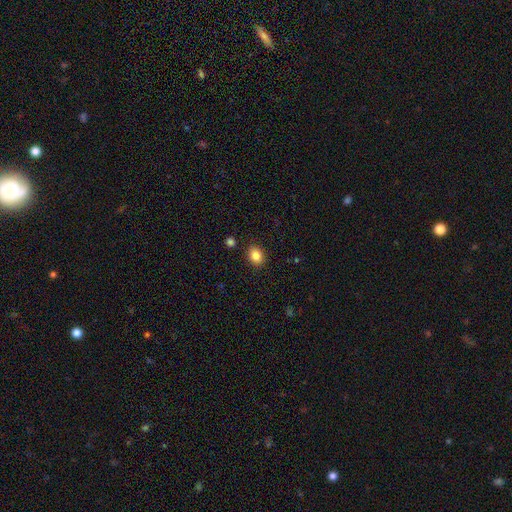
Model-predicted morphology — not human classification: A smooth galaxy with no disk features (85%) that is round (52%). Merging: none (89%).